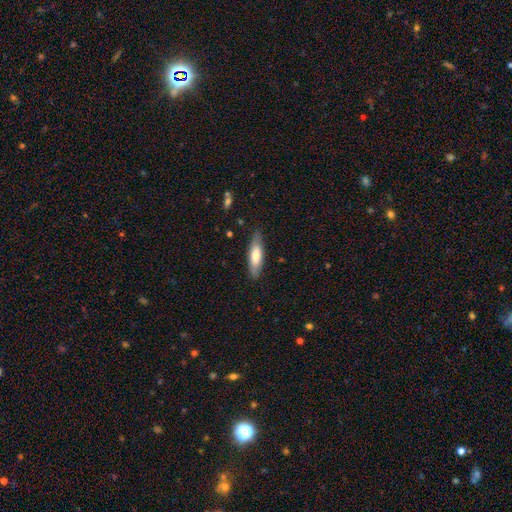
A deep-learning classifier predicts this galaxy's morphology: Smooth or featured? Predicted: smooth (p=0.69). How rounded? Predicted: cigar-shaped (p=0.56). Merging? Predicted: none (p=0.82).